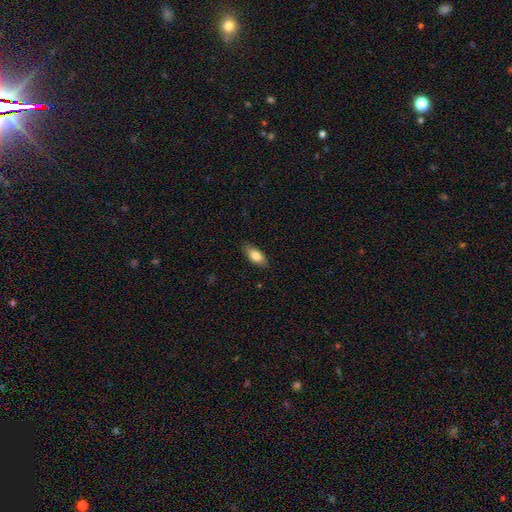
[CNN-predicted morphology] Smooth or featured? smooth (82%)
How rounded? in between (85%)
Merging? none (86%)